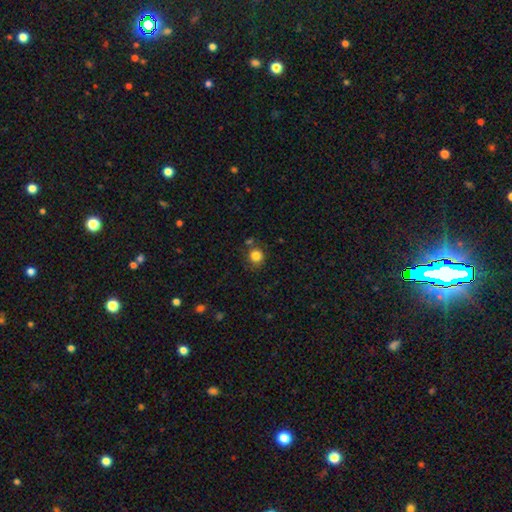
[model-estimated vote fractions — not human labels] smooth_or_featured: smooth (p=0.83) [alt: star or artifact p=0.12]
how_rounded: round (p=0.88) [alt: in between p=0.11]
merging: none (p=0.78) [alt: minor disturbance p=0.11]